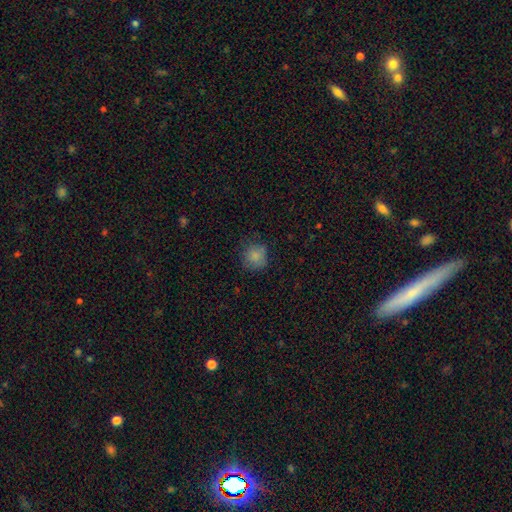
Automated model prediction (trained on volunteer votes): smooth 82%, star or artifact 11%, featured or disk 7%. Down the decision tree: how rounded — round (86%); merging — none (71%).